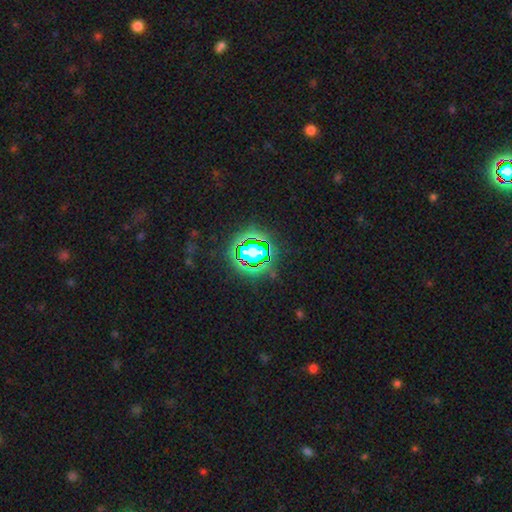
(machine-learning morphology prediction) smooth_or_featured: star or artifact (p=0.70) [alt: smooth p=0.18]